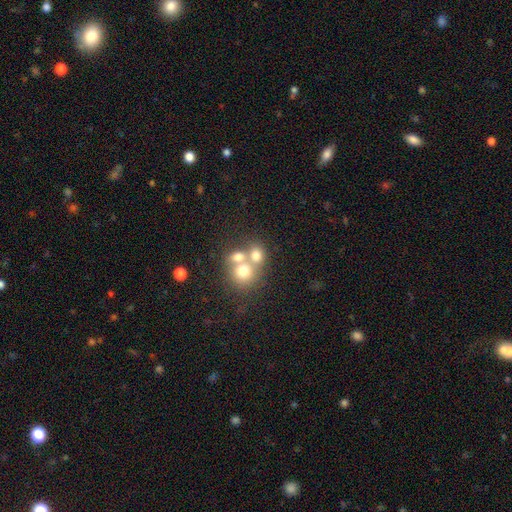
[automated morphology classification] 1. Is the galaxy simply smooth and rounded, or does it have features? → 66% smooth, 20% featured or disk, 14% star or artifact.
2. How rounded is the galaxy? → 73% round, 26% in between, 1% cigar-shaped.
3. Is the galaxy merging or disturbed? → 59% merger, 32% none, 6% minor disturbance, 4% major disturbance.